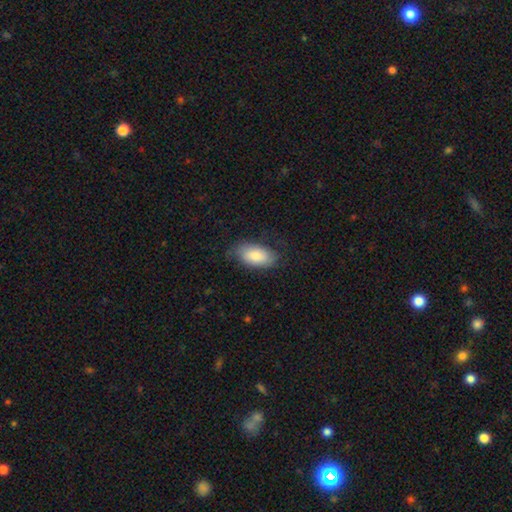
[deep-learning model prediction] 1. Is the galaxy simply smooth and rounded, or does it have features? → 81% smooth, 13% featured or disk, 6% star or artifact.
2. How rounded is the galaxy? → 94% in between, 3% round, 3% cigar-shaped.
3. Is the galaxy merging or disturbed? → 71% none, 21% minor disturbance, 7% major disturbance, 1% merger.